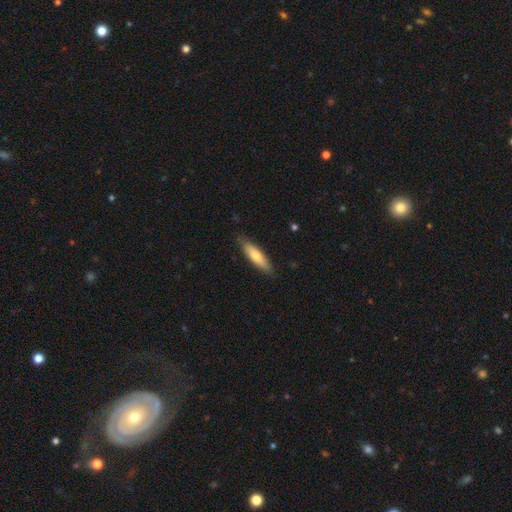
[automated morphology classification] Overall: smooth (68%). How rounded: cigar-shaped (70%). Merging: none (84%).